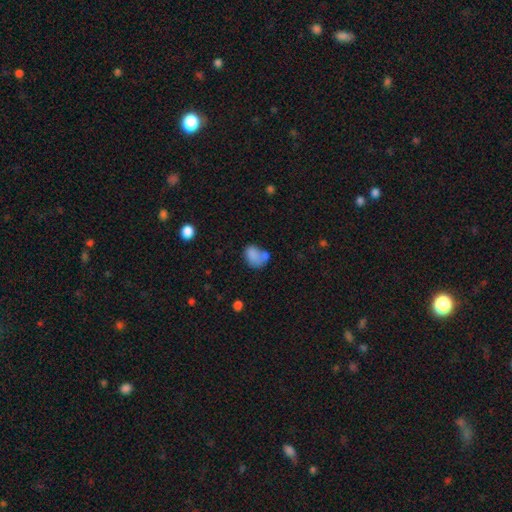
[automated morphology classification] The model was most divided on "merging": none: 35%, merger: 32%, minor disturbance: 20%, major disturbance: 13%. More confident: smooth or featured — smooth (77%); how rounded — in between (66%).